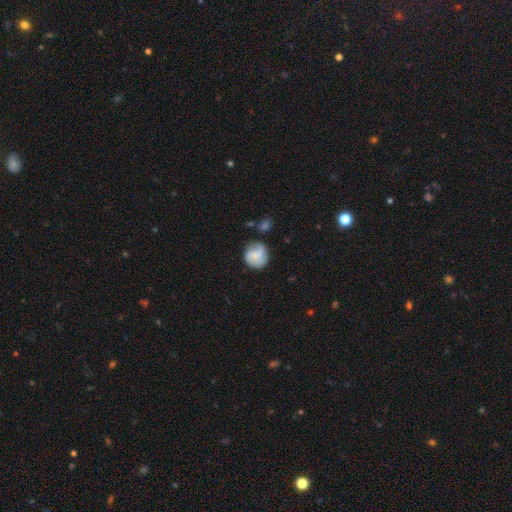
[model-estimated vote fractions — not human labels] A smooth galaxy with no disk features (58%) that is round (87%). Merging: none (64%).